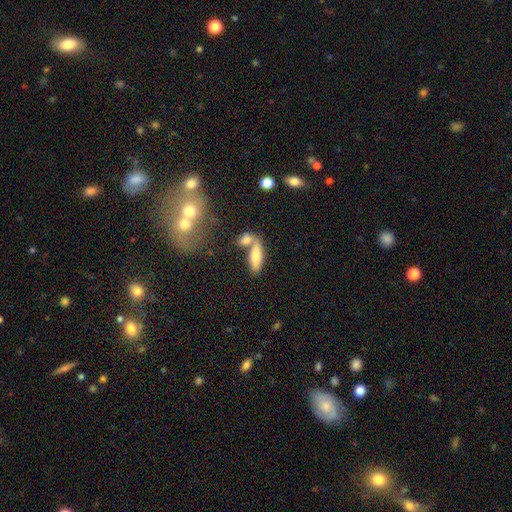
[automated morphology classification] smooth-or-featured: smooth: 69% | featured or disk: 24% | star or artifact: 7%
  how-rounded: in between: 58% | cigar-shaped: 39% | round: 3%
  merging: none: 43% | merger: 41% | minor disturbance: 11% | major disturbance: 5%